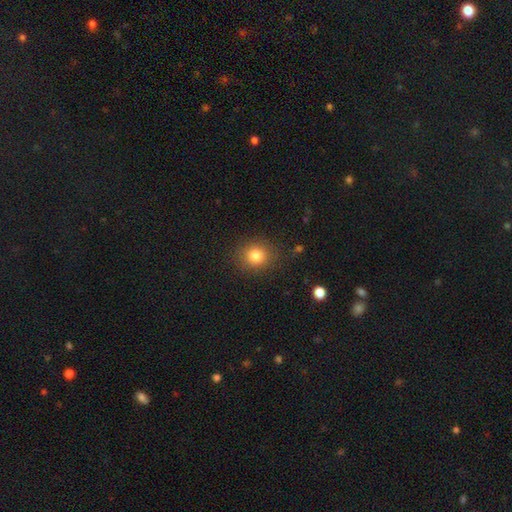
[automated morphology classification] smooth-or-featured: smooth: 82% | star or artifact: 11% | featured or disk: 7%
  how-rounded: round: 80% | in between: 19% | cigar-shaped: 1%
  merging: none: 86% | minor disturbance: 9% | major disturbance: 3% | merger: 1%